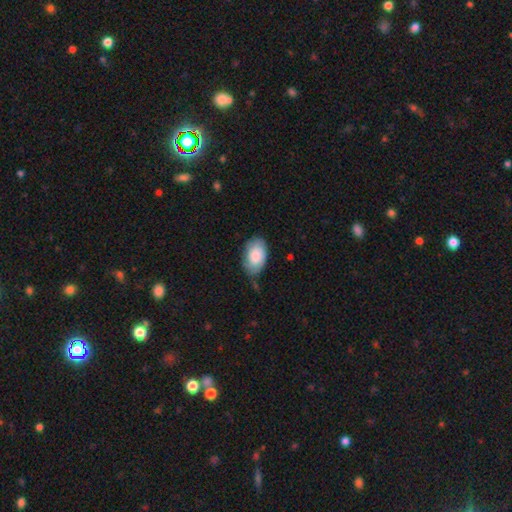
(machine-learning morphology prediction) smooth 78%, featured or disk 16%, star or artifact 6%. Down the decision tree: how rounded — in between (93%); merging — none (67%).